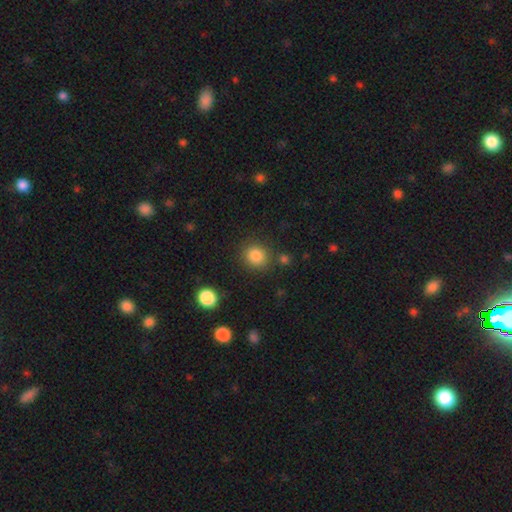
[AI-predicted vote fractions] Overall: smooth (85%). How rounded: round (82%). Merging: none (84%).